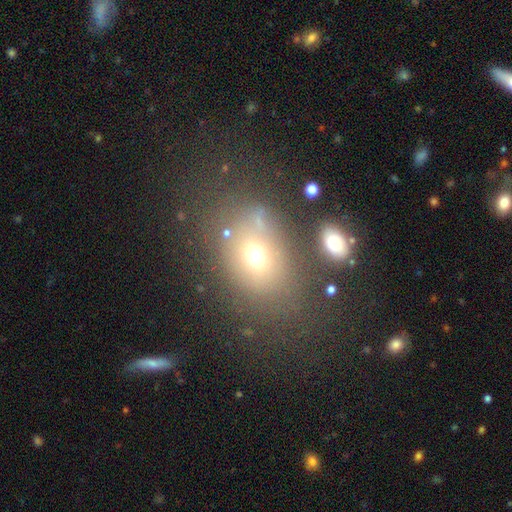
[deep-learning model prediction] smooth 64%, star or artifact 18%, featured or disk 18%. Down the decision tree: how rounded — in between (65%); merging — none (64%).